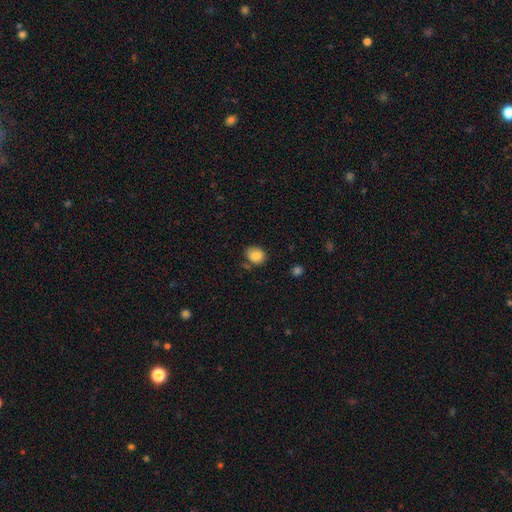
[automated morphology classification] smooth 85%, star or artifact 9%, featured or disk 6%. Down the decision tree: how rounded — round (55%); merging — none (70%).